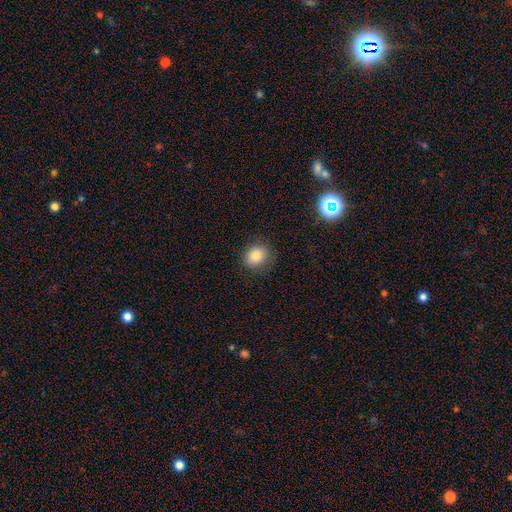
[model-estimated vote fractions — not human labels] A smooth galaxy with no disk features (83%) that is round (72%). Merging: none (85%).